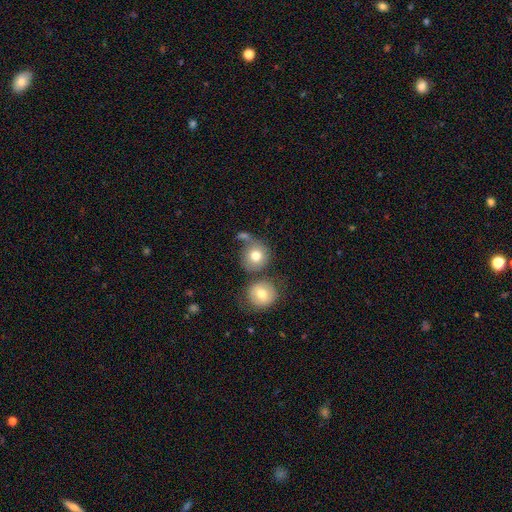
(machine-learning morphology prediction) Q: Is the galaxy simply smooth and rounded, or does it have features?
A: smooth — 76%.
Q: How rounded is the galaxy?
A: round — 89%.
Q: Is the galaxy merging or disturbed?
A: none — 50%.